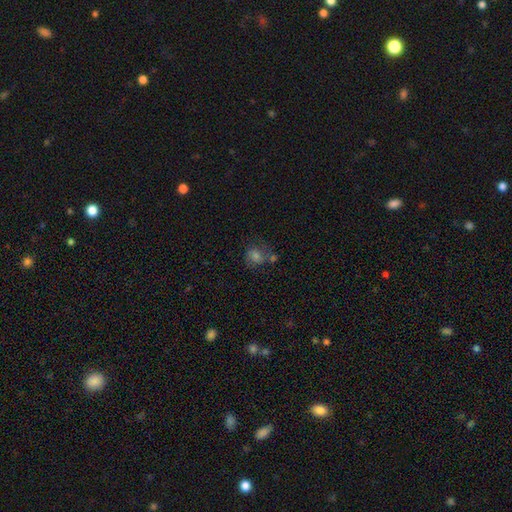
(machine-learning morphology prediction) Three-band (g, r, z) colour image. It shows a smooth galaxy with no disk features (53%) that is round (64%). Merging: none (52%).